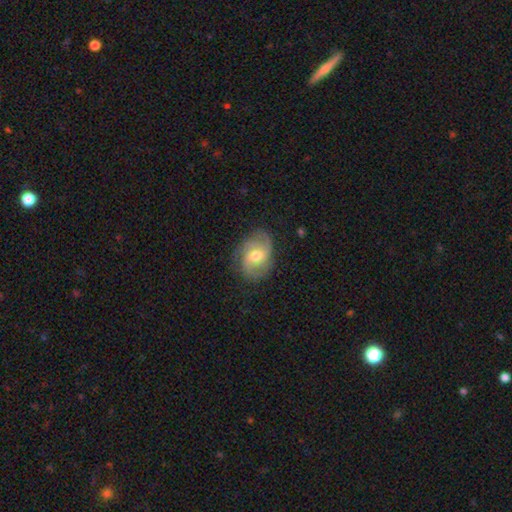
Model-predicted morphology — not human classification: featured or disk 74%, smooth 20%, star or artifact 7%. Down the decision tree: edge-on disk — no (97%); bar — no (45%); spiral arms — yes (93%); spiral arm count — 2 (47%); spiral winding — medium (48%); bulge size — moderate (69%); merging — none (75%).